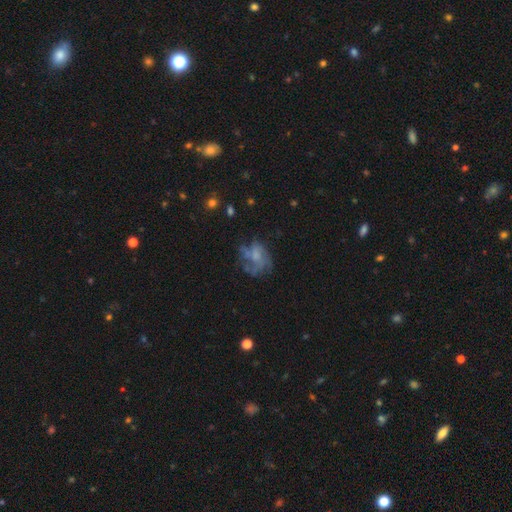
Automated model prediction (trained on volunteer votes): A featured or disk galaxy (56%) with no bar (79%), spiral arms (50%, tied with no) and no central bulge (37%).

Vote fractions:
- Smooth or featured? featured or disk: 56% / smooth: 31% / star or artifact: 13%
- Edge-on disk? no: 98% / yes: 2%
- Bar? no: 79% / weak: 18% / strong: 3%
- Spiral arms? yes: 50% (tied) / no: 50% (tied)
- Bulge size? none: 37% / moderate: 30% / small: 26% / large: 6% / dominant: 1%
- Merging? none: 49% / major disturbance: 26% / minor disturbance: 21% / merger: 3%